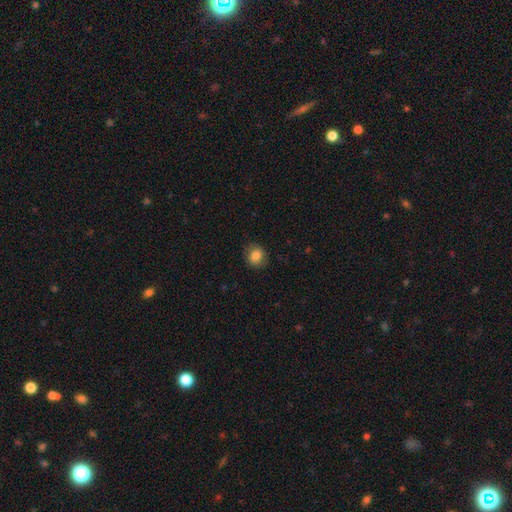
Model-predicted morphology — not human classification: smooth_or_featured: smooth (p=0.81) [alt: featured or disk p=0.10]
how_rounded: round (p=0.70) [alt: in between p=0.29]
merging: none (p=0.81) [alt: minor disturbance p=0.14]